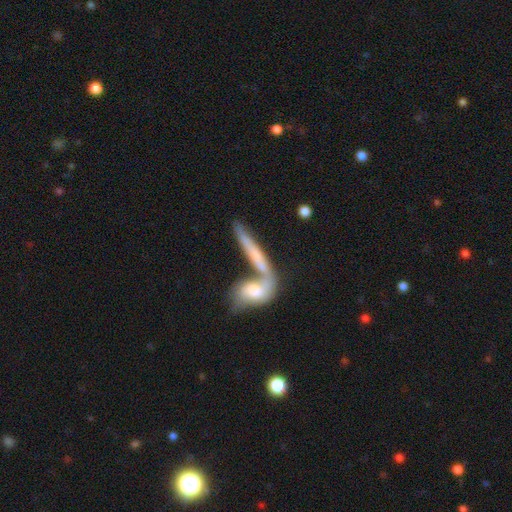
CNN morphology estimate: A smooth galaxy with no disk features (53%) that is cigar-shaped (78%).

Vote fractions:
- Smooth or featured? smooth: 53% / featured or disk: 39% / star or artifact: 7%
- How rounded? cigar-shaped: 78% / in between: 18% / round: 4%
- Merging? merger: 48% / none: 35% / minor disturbance: 10% / major disturbance: 7%